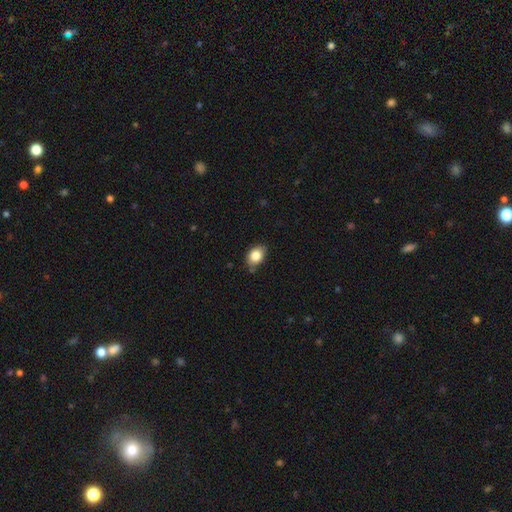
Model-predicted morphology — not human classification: This appears to be a smooth galaxy with no disk features (83%) that is in between round and cigar-shaped (75%). Merging: none (70%).